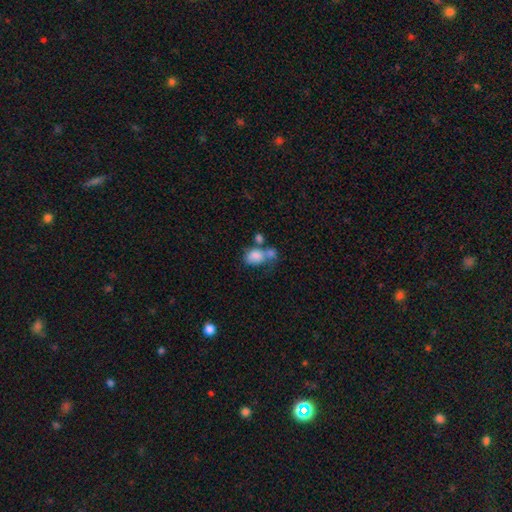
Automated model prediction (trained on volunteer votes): Overall: smooth (80%). How rounded: in between (65%; round 33%). Merging: merger (47%; none 30%).